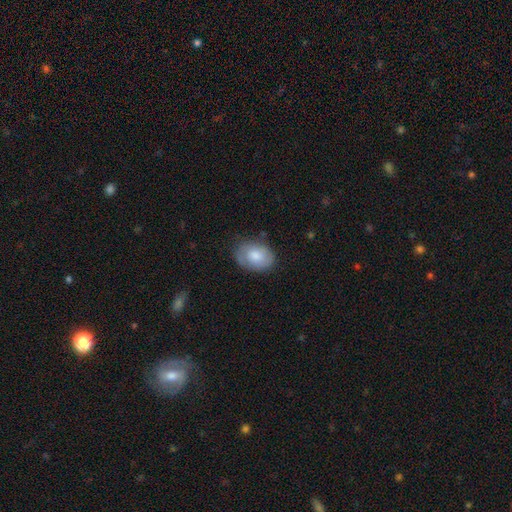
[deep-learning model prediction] smooth 71%, featured or disk 22%, star or artifact 6%. Down the decision tree: how rounded — in between (76%); merging — none (71%).